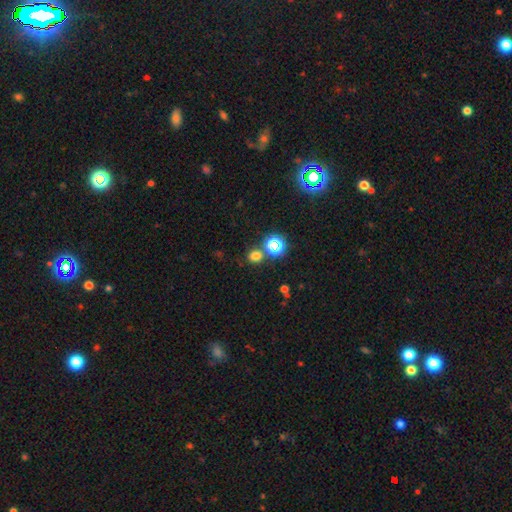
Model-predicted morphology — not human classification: Overall: smooth (69%). How rounded: round (75%). Merging: none (76%).